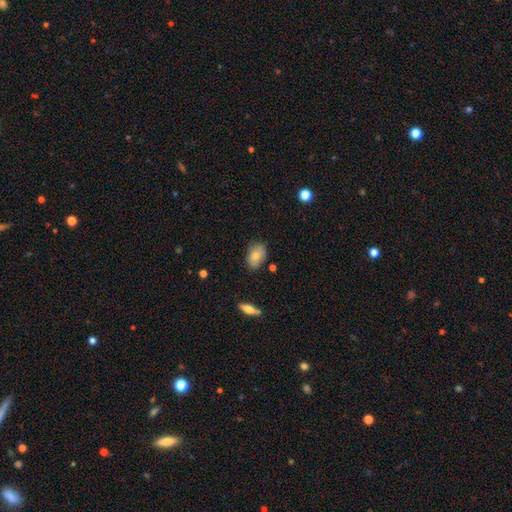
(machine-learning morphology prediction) Overall: smooth (78%). How rounded: in between (87%). Merging: none (78%).